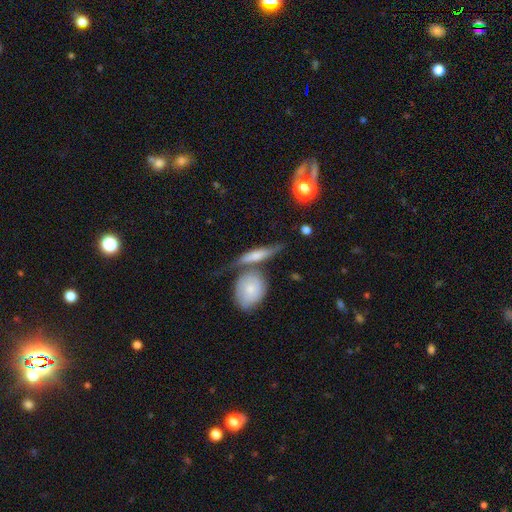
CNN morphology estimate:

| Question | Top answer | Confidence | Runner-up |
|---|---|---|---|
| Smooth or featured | smooth | 47% | featured or disk (46%) |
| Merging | none | 45% | merger (31%) |